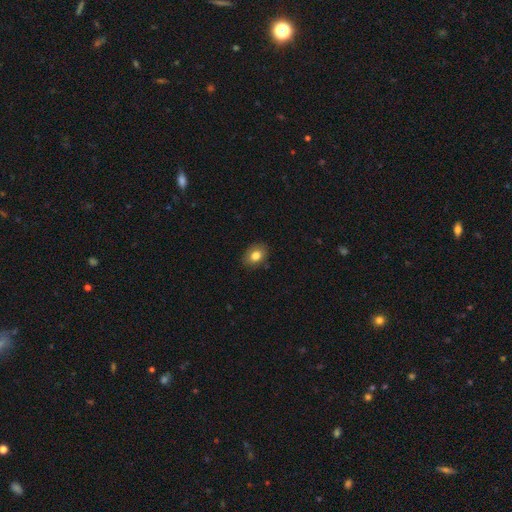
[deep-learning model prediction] A smooth galaxy with no disk features (81%) that is in between round and cigar-shaped (64%). Merging: none (85%).